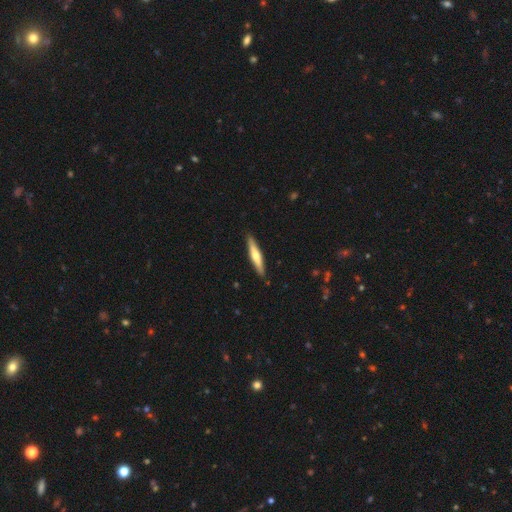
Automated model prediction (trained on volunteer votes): Smooth or featured: smooth — 50% (featured or disk — 45%)
How rounded: cigar-shaped — 90% (in between — 9%)
Merging: none — 90% (minor disturbance — 7%)